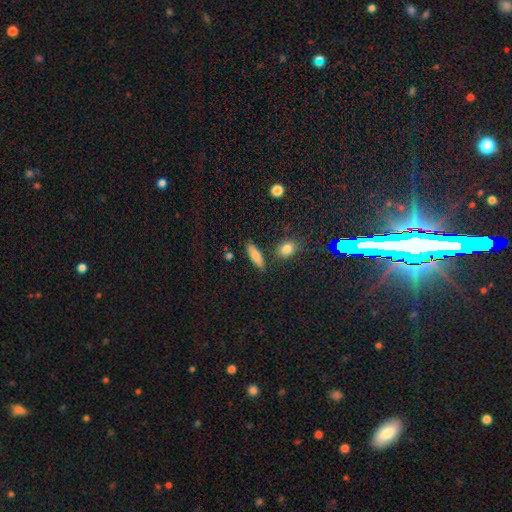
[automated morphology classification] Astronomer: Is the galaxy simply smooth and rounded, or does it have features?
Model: smooth — 77%.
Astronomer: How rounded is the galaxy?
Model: cigar-shaped — 51% (runner-up: in between, 45%).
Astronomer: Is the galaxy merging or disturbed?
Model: none — 81%.